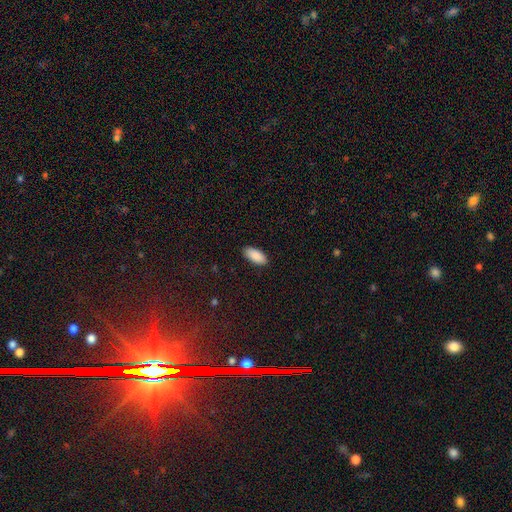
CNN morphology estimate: smooth 91%, star or artifact 6%, featured or disk 3%. Down the decision tree: how rounded — in between (89%); merging — none (90%).